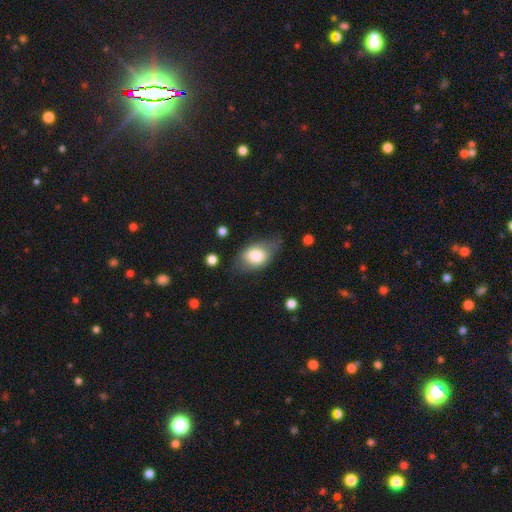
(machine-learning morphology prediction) A smooth galaxy with no disk features (73%) that is in between round and cigar-shaped (84%).

Vote fractions:
- Smooth or featured? smooth: 73% / featured or disk: 20% / star or artifact: 7%
- How rounded? in between: 84% / round: 14% / cigar-shaped: 2%
- Merging? none: 59% / minor disturbance: 27% / major disturbance: 11% / merger: 3%